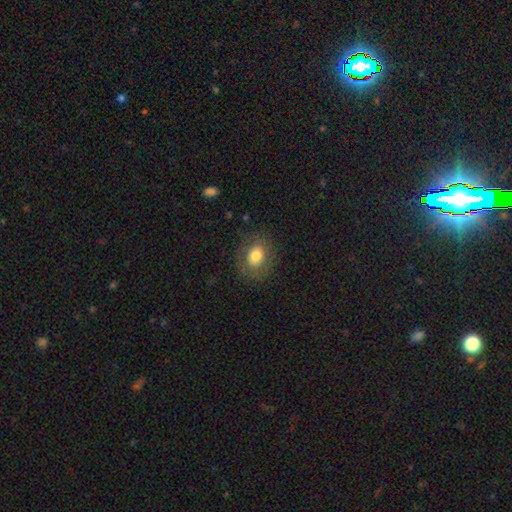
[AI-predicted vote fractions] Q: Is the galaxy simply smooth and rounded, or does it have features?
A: smooth — 75%.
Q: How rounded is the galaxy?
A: in between — 53%.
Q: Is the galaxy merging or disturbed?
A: none — 80%.